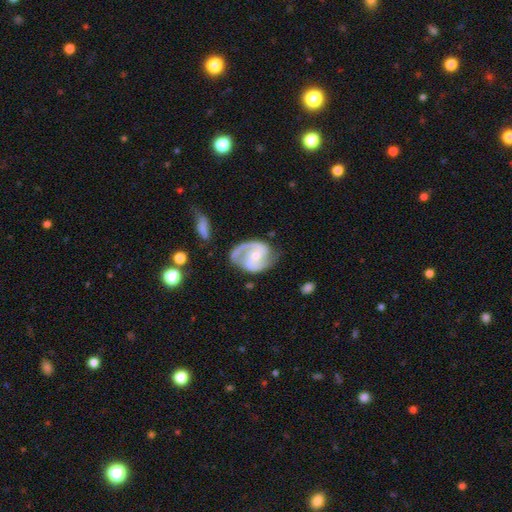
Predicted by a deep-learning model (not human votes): Overall: featured or disk (87%). Edge-on disk: no (98%). Bar: no (49%; weak 38%). Spiral arms: yes (96%). Spiral arm count: 2 (81%). Spiral winding: medium (52%; tight 32%). Bulge size: small (59%; moderate 36%). Merging: none (62%; minor disturbance 22%).